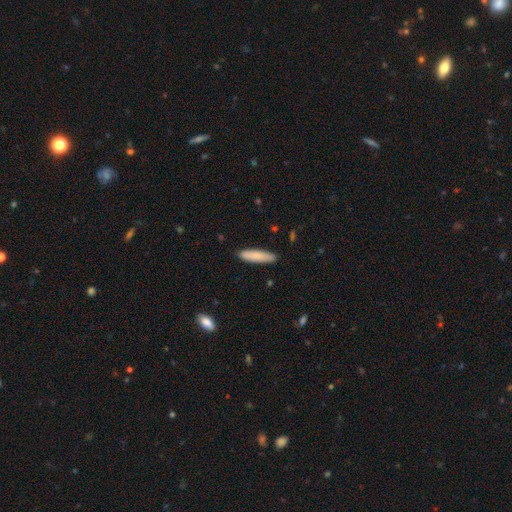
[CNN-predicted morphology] Q: Smooth or featured?
A: smooth (85%); runner-up: featured or disk (9%)
Q: How rounded?
A: cigar-shaped (77%); runner-up: in between (22%)
Q: Merging?
A: none (89%); runner-up: minor disturbance (9%)